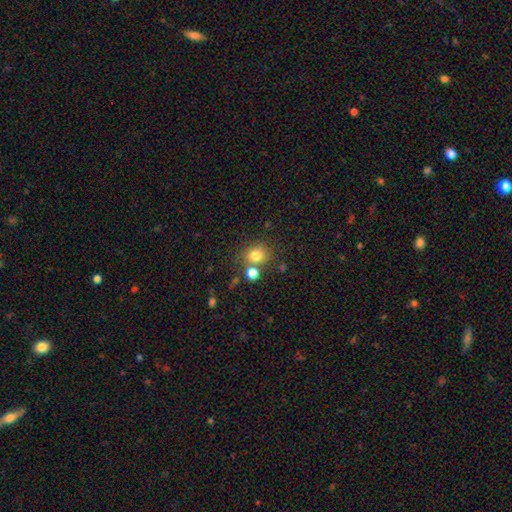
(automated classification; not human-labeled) smooth 78%, star or artifact 14%, featured or disk 8%. Down the decision tree: how rounded — round (75%); merging — none (69%).